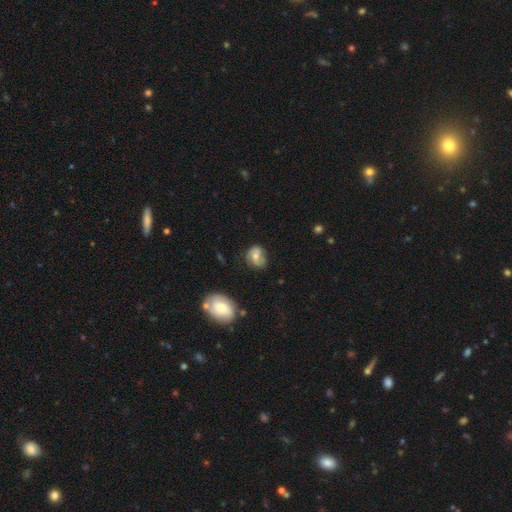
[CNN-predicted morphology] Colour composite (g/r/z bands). It shows a featured or disk galaxy (51%). Merging: none (59%).